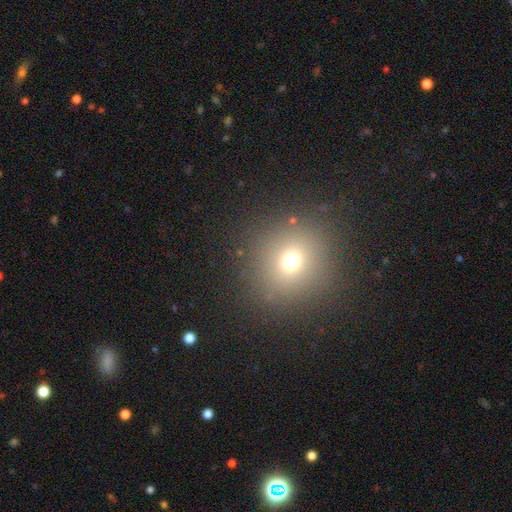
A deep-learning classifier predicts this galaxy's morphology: A smooth galaxy with no disk features (62%) that is round (90%). Merging: none (91%).